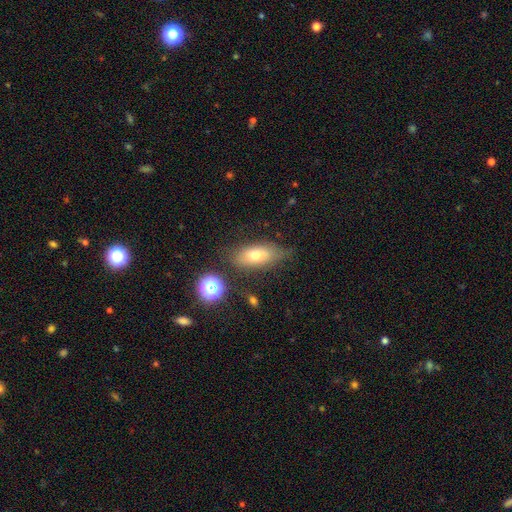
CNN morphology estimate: smooth-or-featured: smooth: 65% | featured or disk: 24% | star or artifact: 11%
  how-rounded: in between: 79% | cigar-shaped: 14% | round: 7%
  merging: none: 70% | minor disturbance: 21% | major disturbance: 6% | merger: 3%